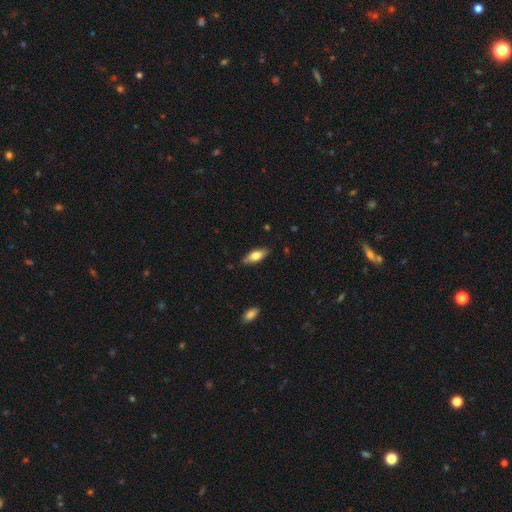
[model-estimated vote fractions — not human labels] smooth_or_featured: smooth (p=0.67) [alt: featured or disk p=0.27]
how_rounded: in between (p=0.70) [alt: cigar-shaped p=0.28]
merging: none (p=0.80) [alt: minor disturbance p=0.16]